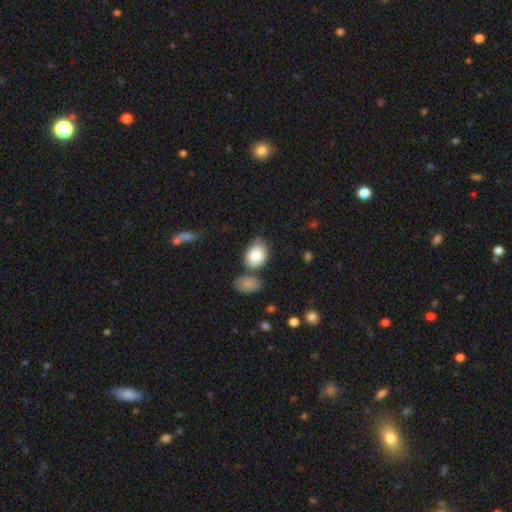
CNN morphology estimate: A smooth galaxy with no disk features (82%) that is in between round and cigar-shaped (71%). Merging: none (47%).